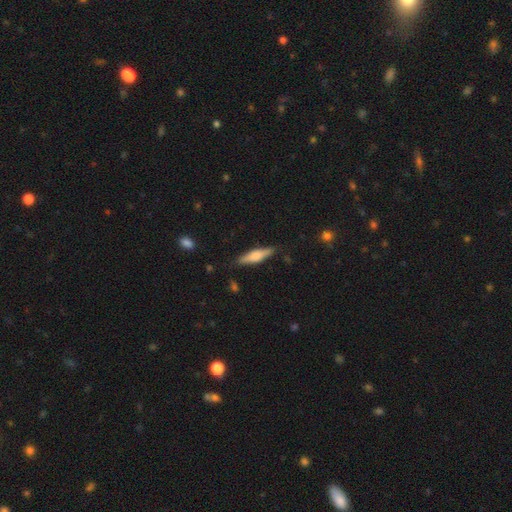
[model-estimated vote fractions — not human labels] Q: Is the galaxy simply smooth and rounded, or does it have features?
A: smooth — 54%.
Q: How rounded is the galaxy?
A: cigar-shaped — 70%.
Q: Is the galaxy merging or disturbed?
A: none — 83%.